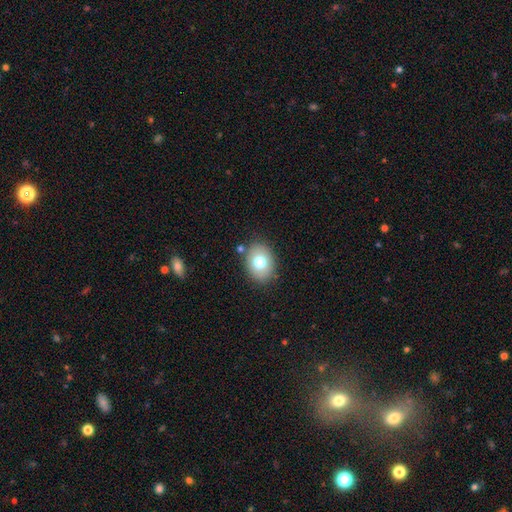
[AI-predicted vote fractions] smooth_or_featured: smooth (p=0.75) [alt: featured or disk p=0.16]
how_rounded: in between (p=0.64) [alt: round p=0.35]
merging: none (p=0.83) [alt: minor disturbance p=0.10]